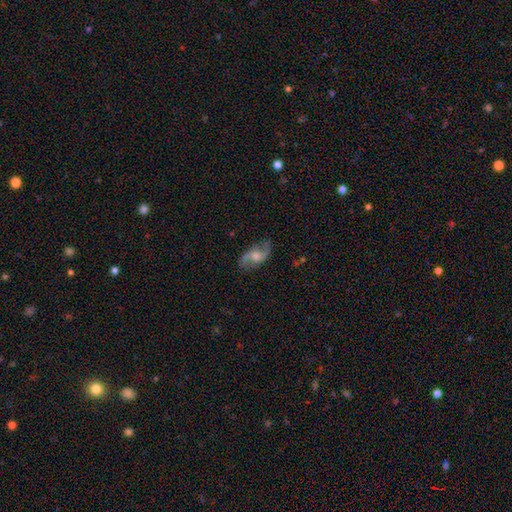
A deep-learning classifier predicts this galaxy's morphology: Smooth or featured?
  - featured or disk: 78% *
  - smooth: 14%
  - star or artifact: 8%
Edge-on disk?
  - no: 94% *
  - yes: 6%
Bar?
  - no: 56% *
  - weak: 37%
  - strong: 7%
Spiral arms?
  - yes: 93% *
  - no: 7%
Spiral winding?
  - loose: 56% *
  - medium: 34%
  - tight: 9%
Spiral arm count?
  - 2: 91% *
  - can't tell: 4%
  - 1: 2%
  - 3: 1%
  - 4: 1%
  - more than 4: 1%
Bulge size?
  - moderate: 55% *
  - small: 27%
  - large: 11%
  - none: 6%
  - dominant: 1%
Merging?
  - none: 80% *
  - minor disturbance: 14%
  - major disturbance: 5%
  - merger: 1%